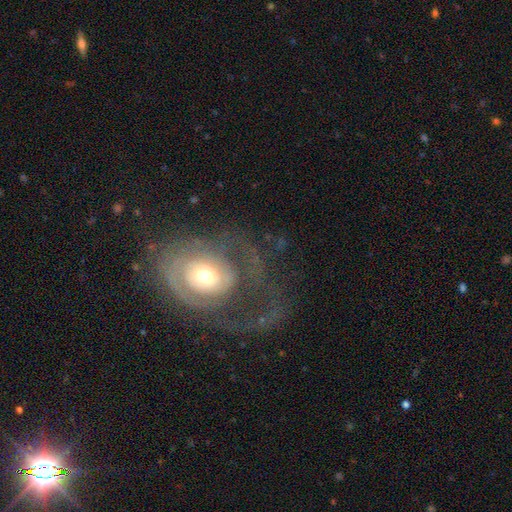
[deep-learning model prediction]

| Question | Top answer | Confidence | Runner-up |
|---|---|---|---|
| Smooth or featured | featured or disk | 70% | smooth (21%) |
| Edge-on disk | no | 96% | yes (4%) |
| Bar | no | 75% | weak (19%) |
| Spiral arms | yes | 63% | no (37%) |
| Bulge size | moderate | 63% | small (22%) |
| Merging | major disturbance | 41% | none (39%) |